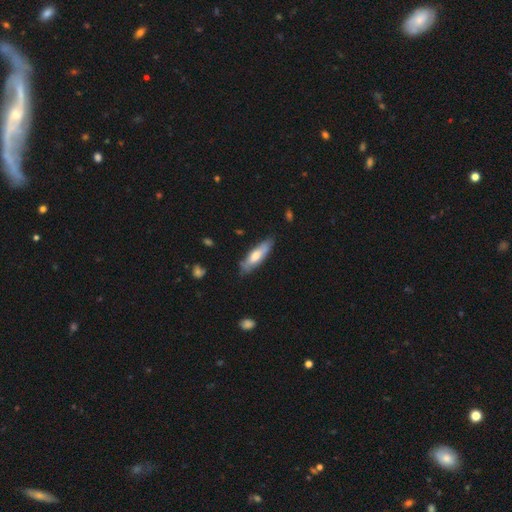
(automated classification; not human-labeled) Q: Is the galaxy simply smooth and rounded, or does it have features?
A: smooth — 58%.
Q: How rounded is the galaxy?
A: cigar-shaped — 59%.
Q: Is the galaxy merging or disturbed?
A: none — 78%.